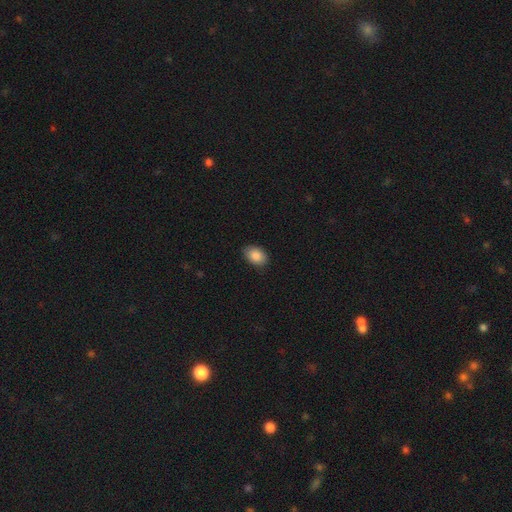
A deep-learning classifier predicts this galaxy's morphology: Q: Smooth or featured?
A: smooth (88%); runner-up: star or artifact (7%)
Q: How rounded?
A: in between (85%); runner-up: round (14%)
Q: Merging?
A: none (85%); runner-up: minor disturbance (12%)